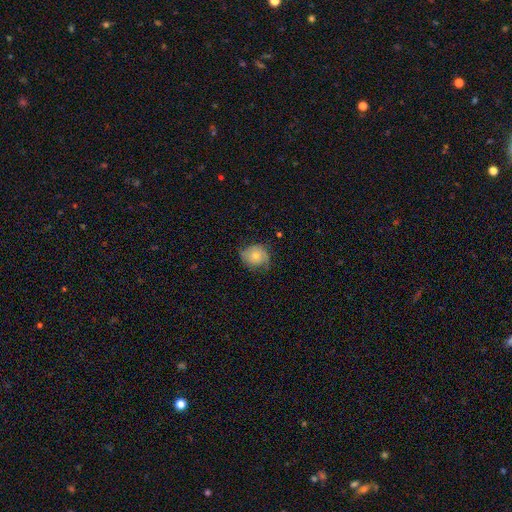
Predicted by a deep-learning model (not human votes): smooth 47%, featured or disk 44%, star or artifact 9%. Down the decision tree: merging — none (64%).